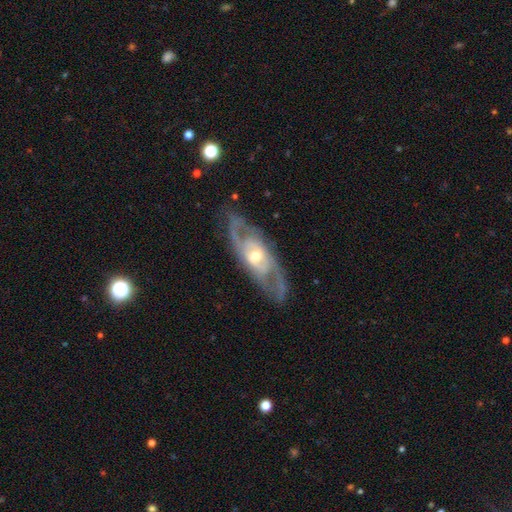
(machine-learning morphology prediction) type=featured or disk (86%); edge-on=no (88%); bar=no (57%); spiral arms=yes (89%); winding=medium (45%); arm count=2 (73%); bulge=moderate (60%); merging=none (79%).